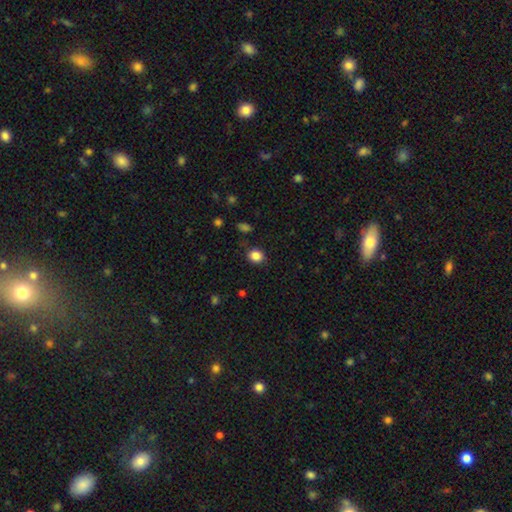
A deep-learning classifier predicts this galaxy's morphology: smooth_or_featured: smooth (p=0.86) [alt: star or artifact p=0.10]
how_rounded: round (p=0.68) [alt: in between p=0.31]
merging: none (p=0.85) [alt: minor disturbance p=0.10]